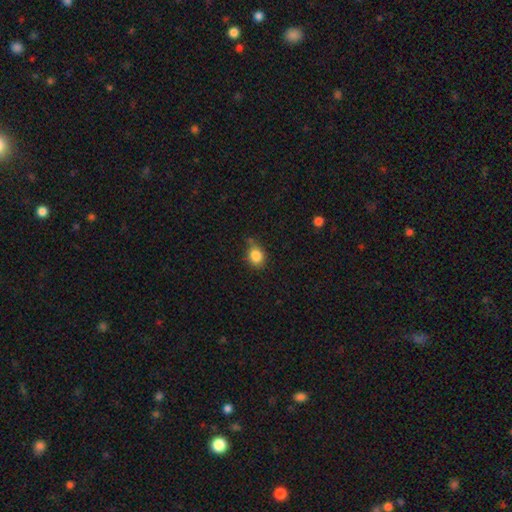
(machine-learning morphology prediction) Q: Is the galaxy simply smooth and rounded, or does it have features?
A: smooth — 85%.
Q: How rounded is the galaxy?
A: round — 60%.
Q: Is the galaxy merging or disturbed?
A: none — 61%.